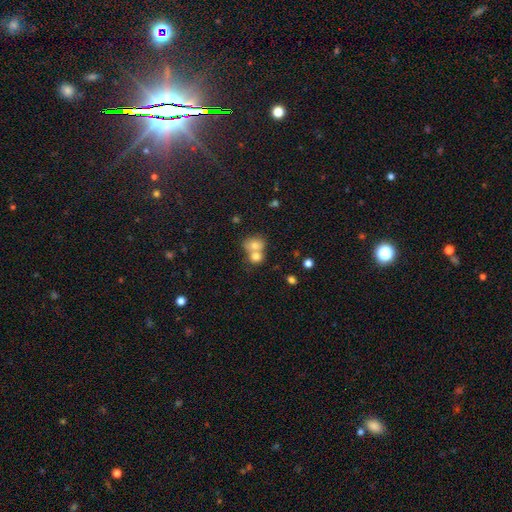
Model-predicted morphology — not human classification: Overall: smooth (74%). How rounded: round (63%; in between 35%). Merging: merger (64%; none 27%).